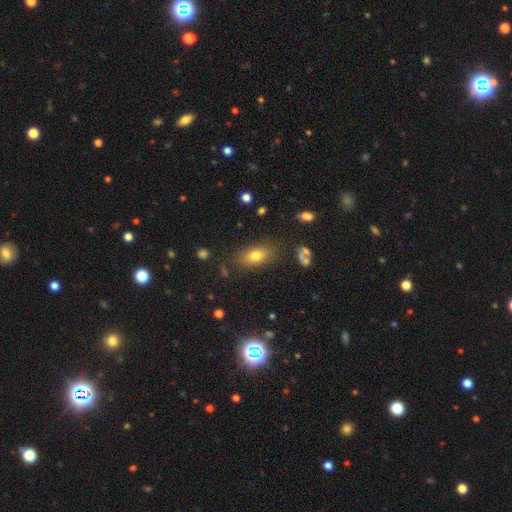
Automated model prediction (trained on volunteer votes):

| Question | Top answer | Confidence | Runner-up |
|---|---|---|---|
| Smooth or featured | smooth | 75% | featured or disk (14%) |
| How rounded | in between | 82% | round (13%) |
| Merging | none | 80% | minor disturbance (13%) |